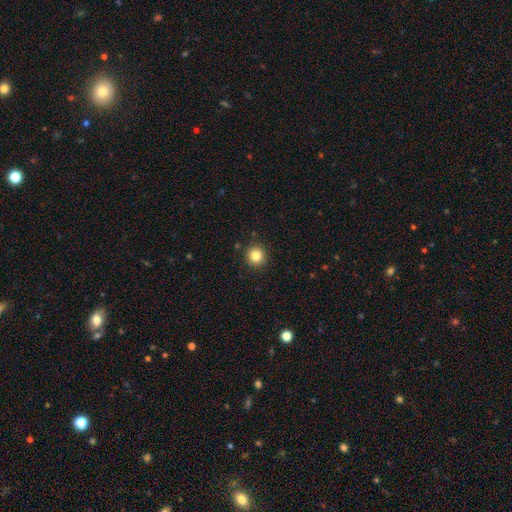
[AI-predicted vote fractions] A smooth galaxy with no disk features (83%) that is round (92%).

Vote fractions:
- Smooth or featured? smooth: 83% / star or artifact: 11% / featured or disk: 6%
- How rounded? round: 92% / in between: 7% / cigar-shaped: 1%
- Merging? none: 91% / minor disturbance: 6% / major disturbance: 2% / merger: 1%